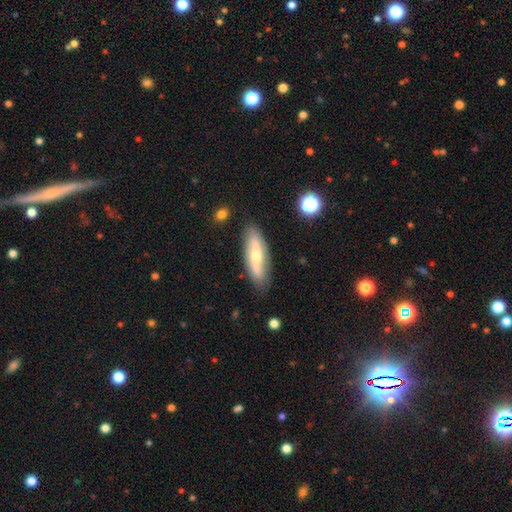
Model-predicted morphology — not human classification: Overall: featured or disk (50%; smooth 44%). Merging: none (82%).